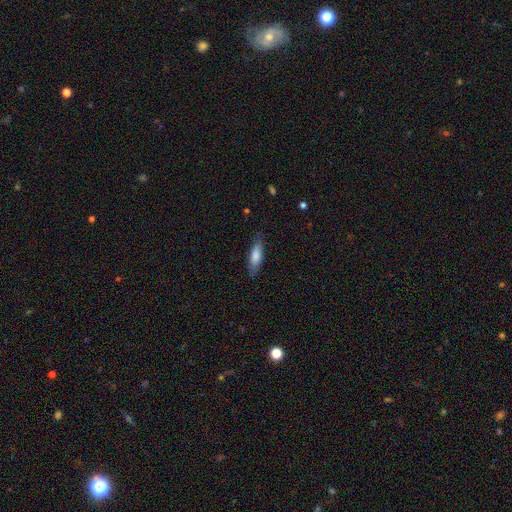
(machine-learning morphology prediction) Q: Smooth or featured?
A: smooth (76%); runner-up: featured or disk (18%)
Q: How rounded?
A: cigar-shaped (51%); runner-up: in between (47%)
Q: Merging?
A: none (80%); runner-up: minor disturbance (15%)